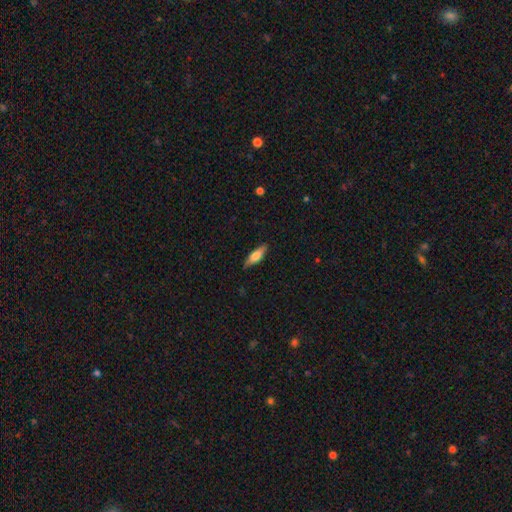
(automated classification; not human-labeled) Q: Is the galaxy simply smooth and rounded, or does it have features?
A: smooth — 66%.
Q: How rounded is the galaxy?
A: in between — 53%.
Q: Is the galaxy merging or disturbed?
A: none — 83%.